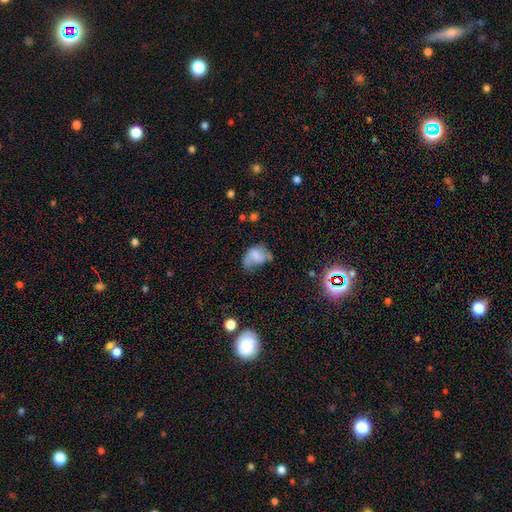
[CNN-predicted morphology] smooth-or-featured: smooth: 58% | featured or disk: 30% | star or artifact: 12%
  how-rounded: in between: 77% | round: 21% | cigar-shaped: 2%
  merging: minor disturbance: 33% | none: 31% | major disturbance: 29% | merger: 7%